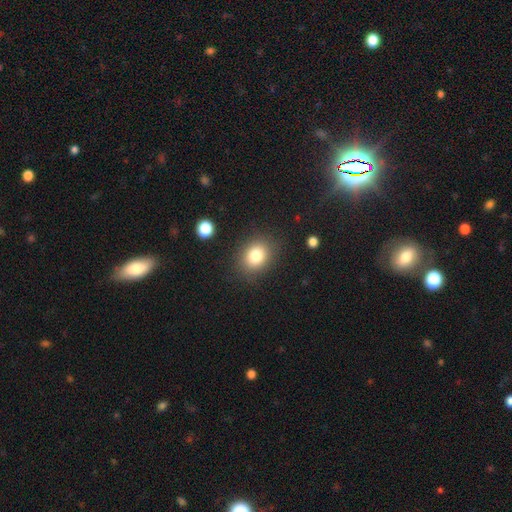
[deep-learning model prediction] The model was most divided on "how rounded": round: 53%, in between: 46%, cigar-shaped: 1%. More confident: merging — none (85%); smooth or featured — smooth (80%).